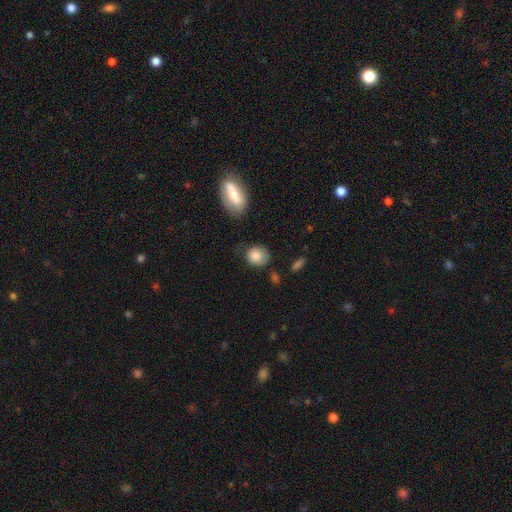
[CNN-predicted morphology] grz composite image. It shows a smooth galaxy with no disk features (82%) that is round (65%). Merging: none (61%).